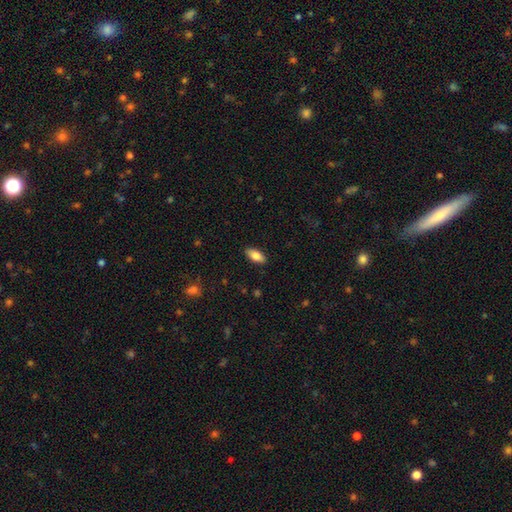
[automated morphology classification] Smooth or featured? smooth (82%)
How rounded? in between (87%)
Merging? none (89%)